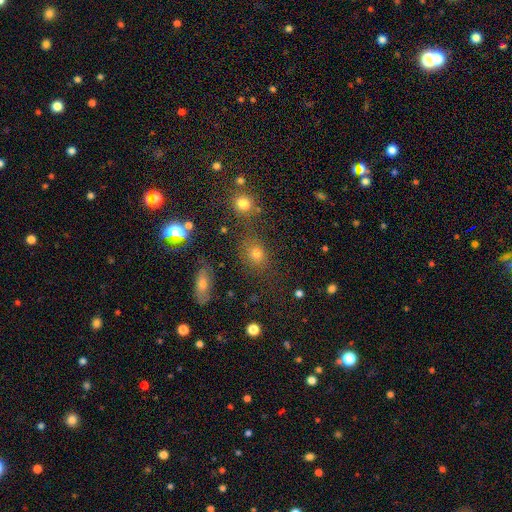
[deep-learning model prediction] Smooth or featured? Predicted: smooth (p=0.67). How rounded? Predicted: round (p=0.54). Merging? Predicted: none (p=0.72).